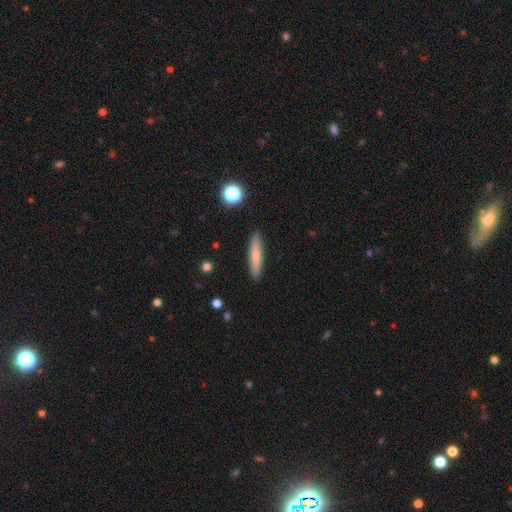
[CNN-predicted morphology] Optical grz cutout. It shows a smooth galaxy with no disk features (72%) that is cigar-shaped (87%). Merging: none (90%).